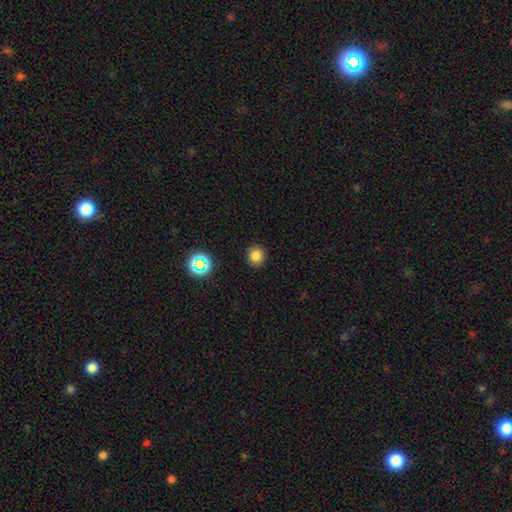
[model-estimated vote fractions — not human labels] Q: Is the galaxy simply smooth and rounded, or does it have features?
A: smooth — 79%.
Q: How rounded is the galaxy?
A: round — 87%.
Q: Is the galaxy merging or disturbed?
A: none — 91%.